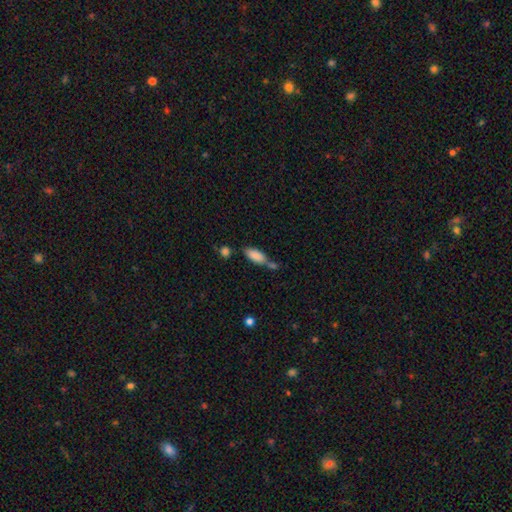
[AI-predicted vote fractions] A smooth galaxy with no disk features (85%) that is in between round and cigar-shaped (82%).

Vote fractions:
- Smooth or featured? smooth: 85% / featured or disk: 8% / star or artifact: 7%
- How rounded? in between: 82% / cigar-shaped: 16% / round: 2%
- Merging? none: 42% / merger: 33% / minor disturbance: 18% / major disturbance: 6%